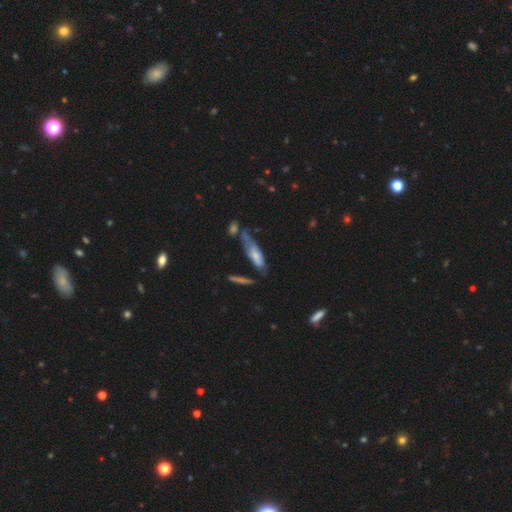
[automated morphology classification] A smooth galaxy with no disk features (61%) that is cigar-shaped (57%).

Vote fractions:
- Smooth or featured? smooth: 61% / featured or disk: 31% / star or artifact: 7%
- How rounded? cigar-shaped: 57% / in between: 41% / round: 2%
- Merging? none: 38% / minor disturbance: 28% / merger: 18% / major disturbance: 15%